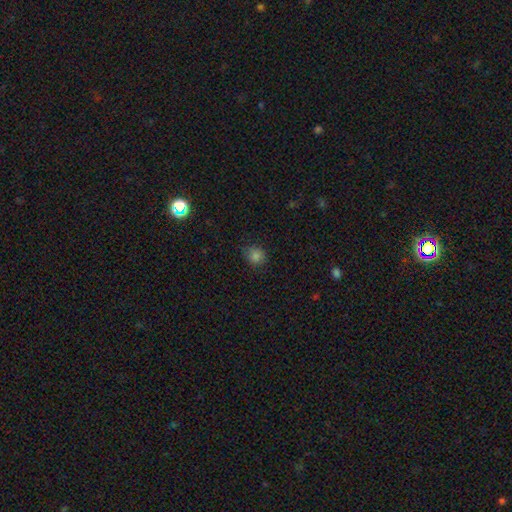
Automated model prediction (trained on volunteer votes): Overall: smooth (81%). How rounded: round (78%). Merging: none (77%).